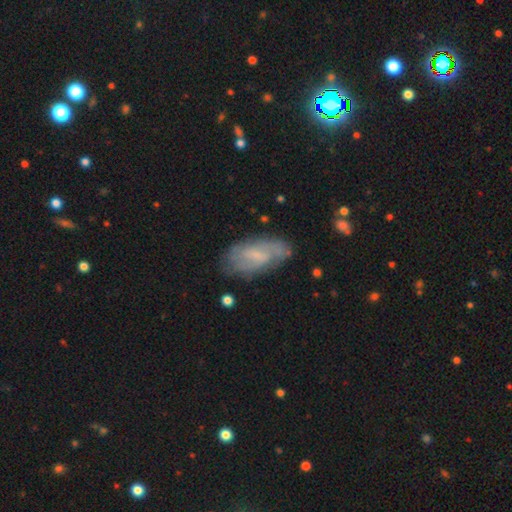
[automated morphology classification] featured or disk 54%, smooth 39%, star or artifact 8%. Down the decision tree: edge-on disk — no (91%); merging — none (67%).